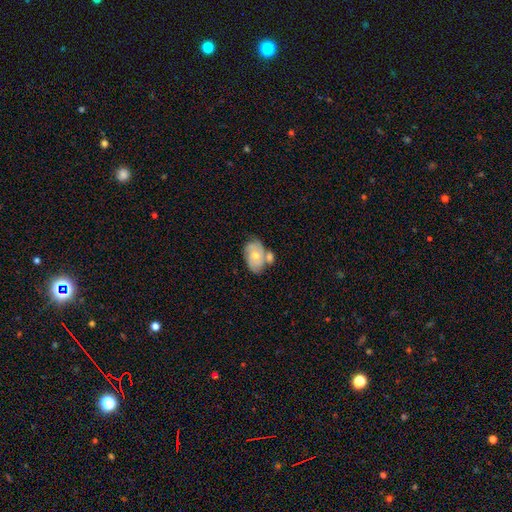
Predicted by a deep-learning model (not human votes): The model was most divided on "merging": none: 40%, merger: 34%, minor disturbance: 19%, major disturbance: 7%. More confident: edge-on disk — no (95%); bar — no (80%); spiral arms — yes (77%); smooth or featured — featured or disk (55%); bulge size — moderate (53%).